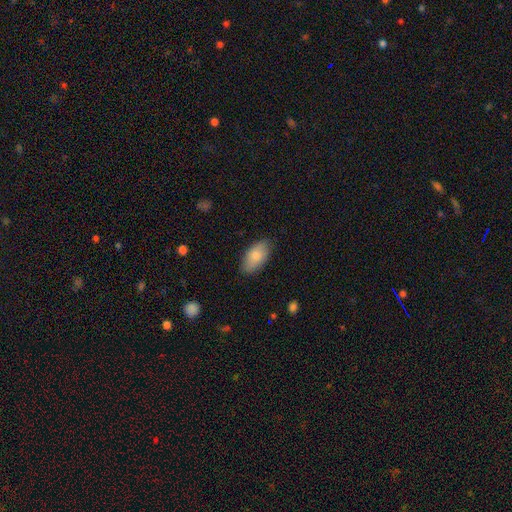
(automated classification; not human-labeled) Smooth or featured?
  - smooth: 80% *
  - featured or disk: 13%
  - star or artifact: 6%
How rounded?
  - in between: 94% *
  - cigar-shaped: 3%
  - round: 3%
Merging?
  - none: 82% *
  - minor disturbance: 14%
  - major disturbance: 3%
  - merger: 1%